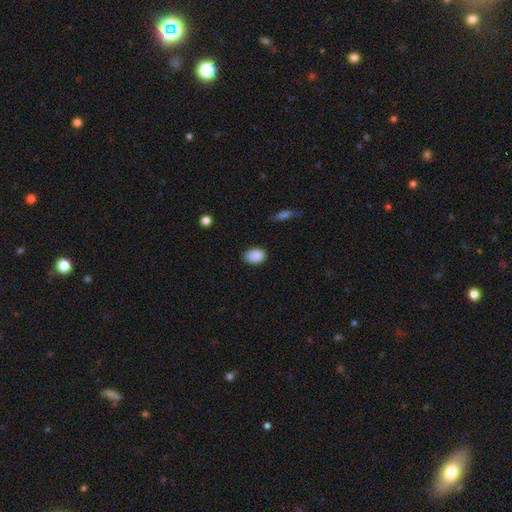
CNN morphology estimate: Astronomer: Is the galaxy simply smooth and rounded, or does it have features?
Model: smooth — 89%.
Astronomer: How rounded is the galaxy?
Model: in between — 79%.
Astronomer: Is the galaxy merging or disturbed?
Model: none — 78%.